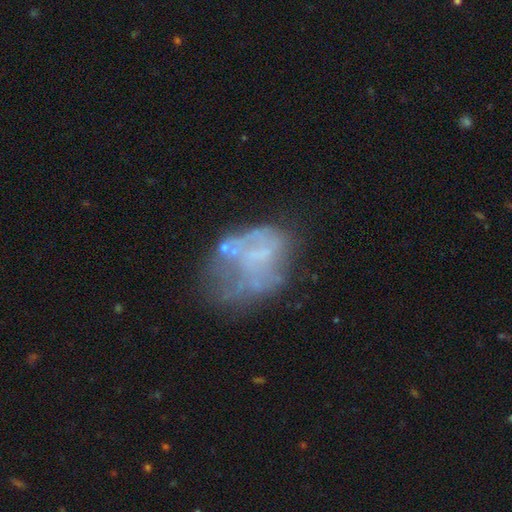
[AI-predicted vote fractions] featured or disk 58%, smooth 28%, star or artifact 14%. Down the decision tree: edge-on disk — no (98%); bar — no (82%); spiral arms — no (83%); bulge size — none (71%); merging — none (36%).